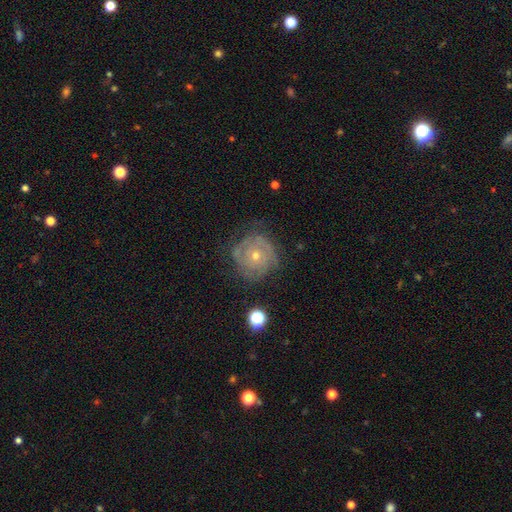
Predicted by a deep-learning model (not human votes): A featured or disk galaxy (73%) with no bar (86%), tight (73%) spiral arms (84%) and a small central bulge (57%).

Vote fractions:
- Smooth or featured? featured or disk: 73% / smooth: 18% / star or artifact: 9%
- Edge-on disk? no: 97% / yes: 3%
- Bar? no: 86% / weak: 12% / strong: 3%
- Spiral arms? yes: 84% / no: 16%
- Spiral winding? tight: 73% / medium: 21% / loose: 6%
- Spiral arm count? can't tell: 45% / 2: 20% / 3: 18% / 4: 8% / 1: 5% / more than 4: 5%
- Bulge size? small: 57% / moderate: 40% / large: 1% / none: 1% / dominant: 1%
- Merging? none: 71% / minor disturbance: 19% / major disturbance: 9% / merger: 2%